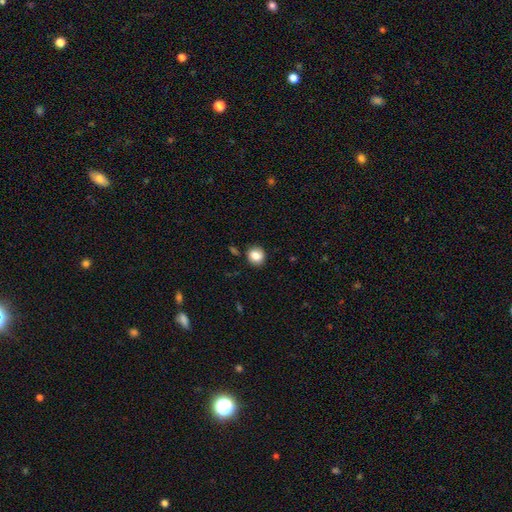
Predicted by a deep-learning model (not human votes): smooth_or_featured: smooth (p=0.85) [alt: star or artifact p=0.09]
how_rounded: round (p=0.81) [alt: in between p=0.18]
merging: none (p=0.85) [alt: minor disturbance p=0.10]